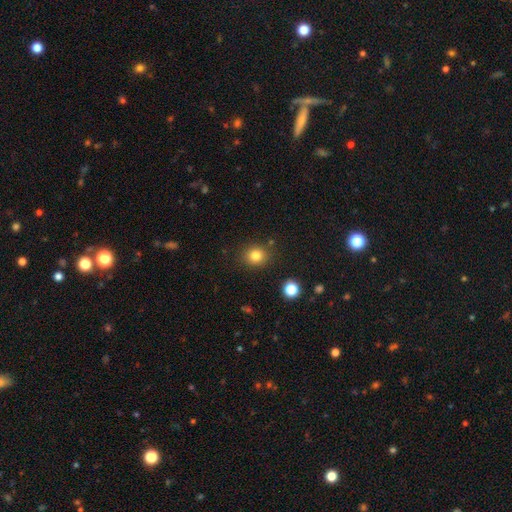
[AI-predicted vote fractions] Q: Smooth or featured?
A: smooth (81%); runner-up: star or artifact (12%)
Q: How rounded?
A: round (78%); runner-up: in between (21%)
Q: Merging?
A: none (85%); runner-up: minor disturbance (9%)